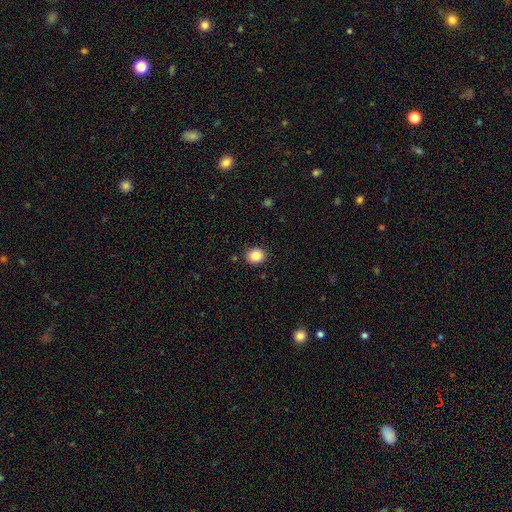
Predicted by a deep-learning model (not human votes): The model was most divided on "how rounded": round: 66%, in between: 33%, cigar-shaped: 1%. More confident: merging — none (89%); smooth or featured — smooth (87%).